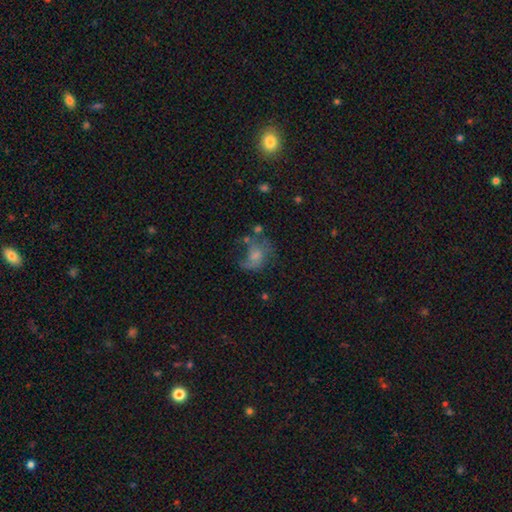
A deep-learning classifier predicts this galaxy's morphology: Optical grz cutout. It shows a featured or disk galaxy (46%). Merging: major disturbance (40%).